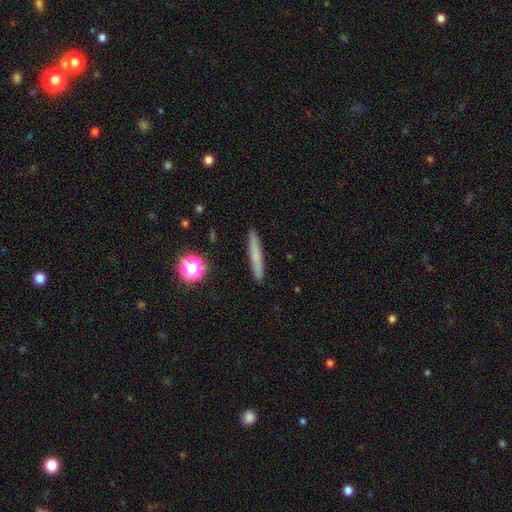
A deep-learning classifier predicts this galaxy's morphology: Smooth or featured? Predicted: smooth (p=0.71). How rounded? Predicted: cigar-shaped (p=0.94). Merging? Predicted: none (p=0.91).